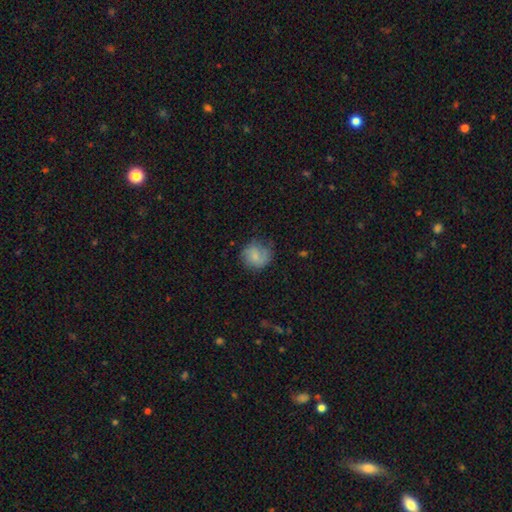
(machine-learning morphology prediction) smooth 64%, featured or disk 28%, star or artifact 8%. Down the decision tree: how rounded — round (83%); merging — none (67%).